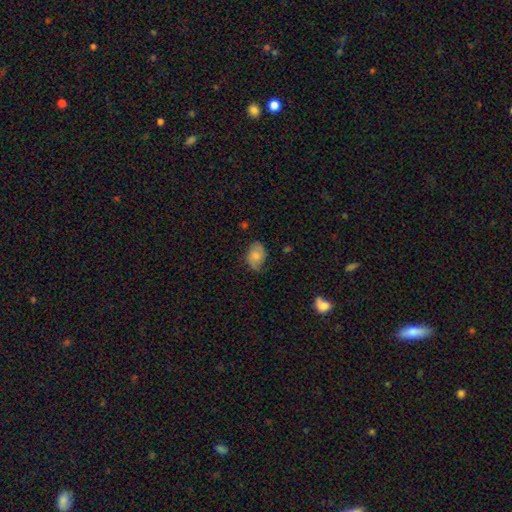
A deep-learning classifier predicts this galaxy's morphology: This is likely a smooth galaxy (64%). How rounded: likely in between (80%). Merging: likely none (63%).